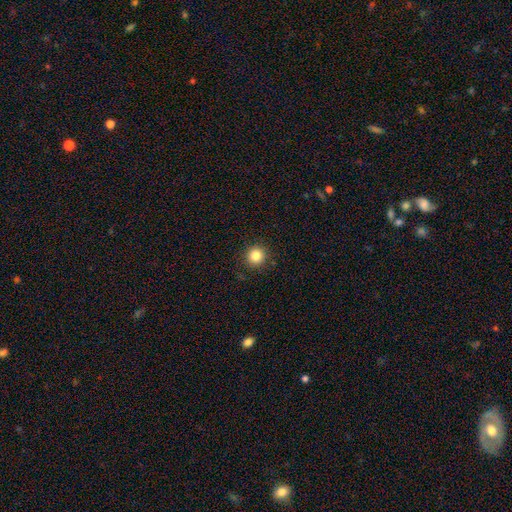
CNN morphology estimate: smooth_or_featured: smooth (p=0.84) [alt: star or artifact p=0.11]
how_rounded: round (p=0.93) [alt: in between p=0.06]
merging: none (p=0.91) [alt: minor disturbance p=0.06]